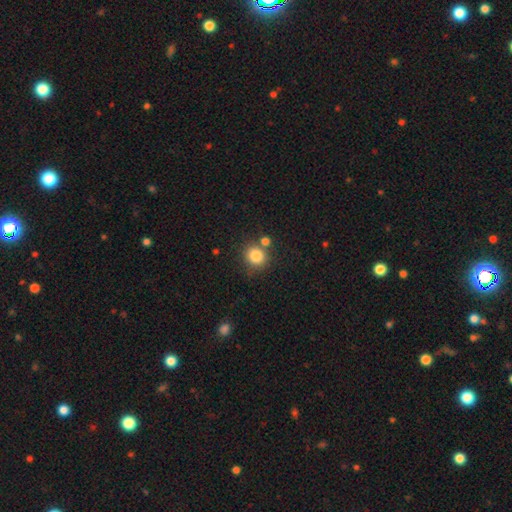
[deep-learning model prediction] Smooth or featured: smooth — 83% (star or artifact — 11%)
How rounded: round — 85% (in between — 14%)
Merging: none — 73% (merger — 14%)